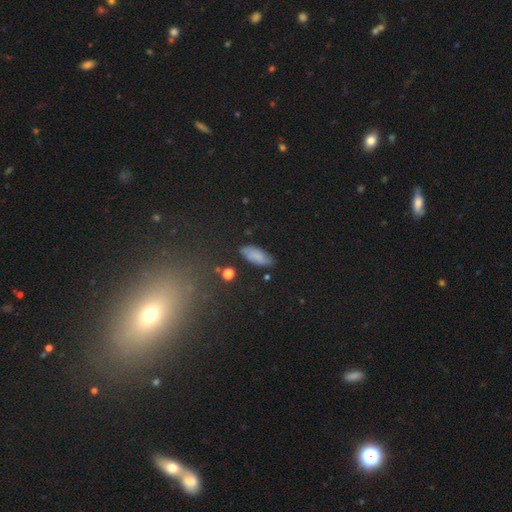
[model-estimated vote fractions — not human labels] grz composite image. It shows a smooth galaxy with no disk features (75%) that is in between round and cigar-shaped (80%). Merging: none (78%).